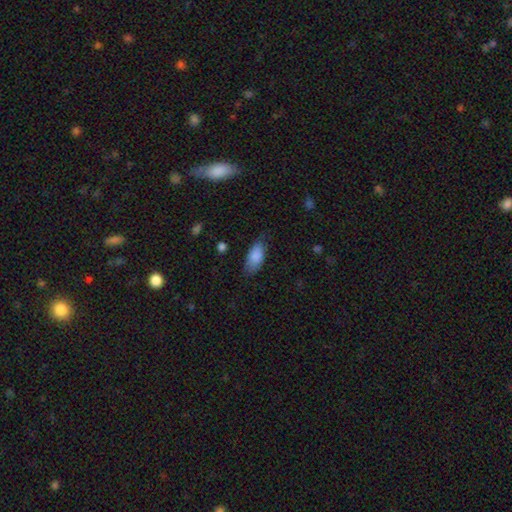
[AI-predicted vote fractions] This appears to be a smooth galaxy with no disk features (86%) that is in between round and cigar-shaped (89%). Merging: none (68%).